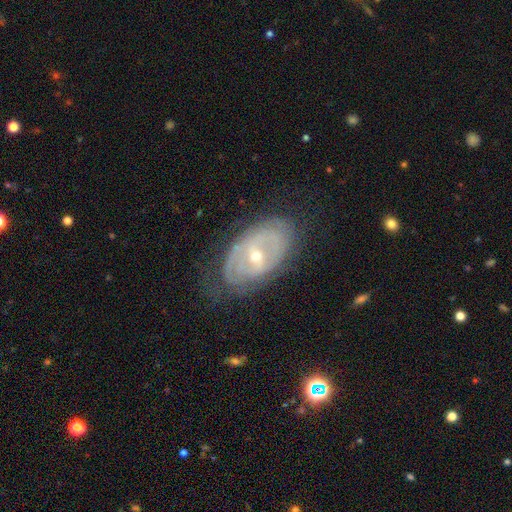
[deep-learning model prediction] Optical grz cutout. It shows a featured or disk galaxy (77%) with a weak bar (44%), spiral arms (65%) and a small central bulge (56%). Merging: none (69%).